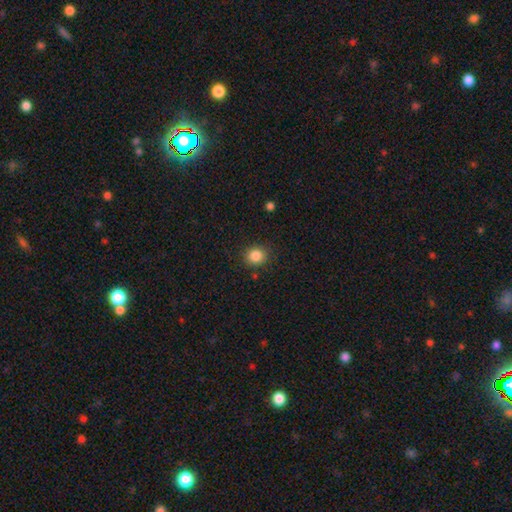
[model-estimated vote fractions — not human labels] This appears to be a smooth galaxy with no disk features (85%) that is round (84%). Merging: none (87%).